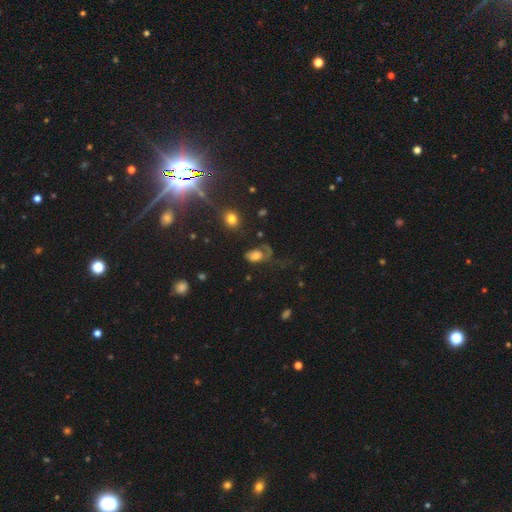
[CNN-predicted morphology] Smooth or featured: smooth — 50% (featured or disk — 38%)
Merging: major disturbance — 45% (none — 30%)